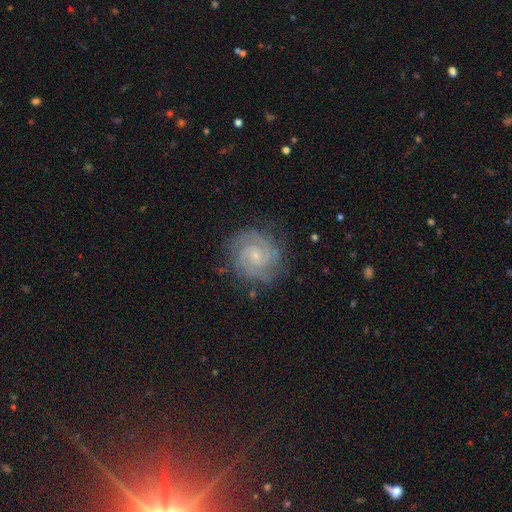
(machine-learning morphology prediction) Smooth or featured? Predicted: featured or disk (p=0.87). Edge-on disk? Predicted: no (p=0.98). Bar? Predicted: no (p=0.60). Spiral arms? Predicted: yes (p=0.98). Spiral winding? Predicted: tight (p=0.72). Spiral arm count? Predicted: 2 (p=0.60). Bulge size? Predicted: small (p=0.77). Merging? Predicted: none (p=0.81).